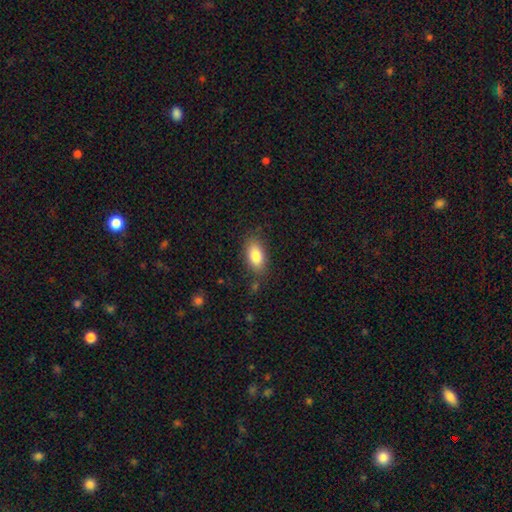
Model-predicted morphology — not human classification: Smooth or featured? Predicted: smooth (p=0.82). How rounded? Predicted: in between (p=0.90). Merging? Predicted: none (p=0.81).